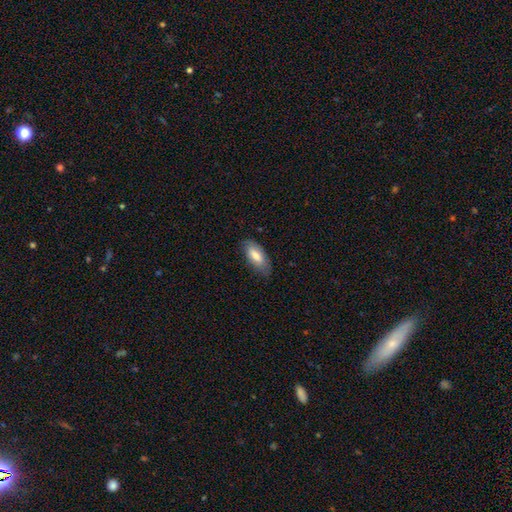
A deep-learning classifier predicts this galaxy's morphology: Smooth or featured? smooth (72%)
How rounded? in between (85%)
Merging? none (76%)